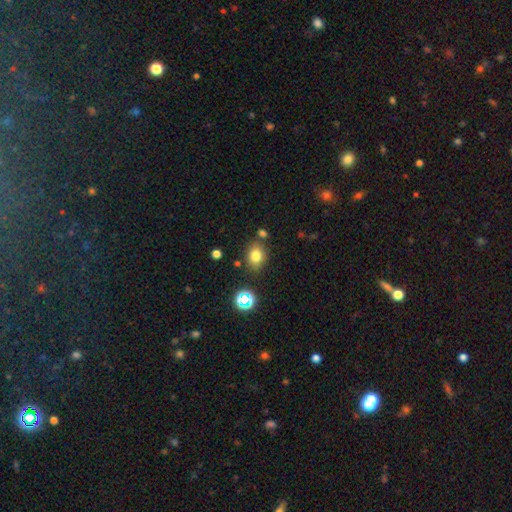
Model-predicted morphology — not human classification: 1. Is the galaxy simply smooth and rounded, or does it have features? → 76% smooth, 15% star or artifact, 8% featured or disk.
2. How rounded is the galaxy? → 56% in between, 43% round, 1% cigar-shaped.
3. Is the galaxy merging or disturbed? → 77% none, 13% minor disturbance, 7% merger, 4% major disturbance.